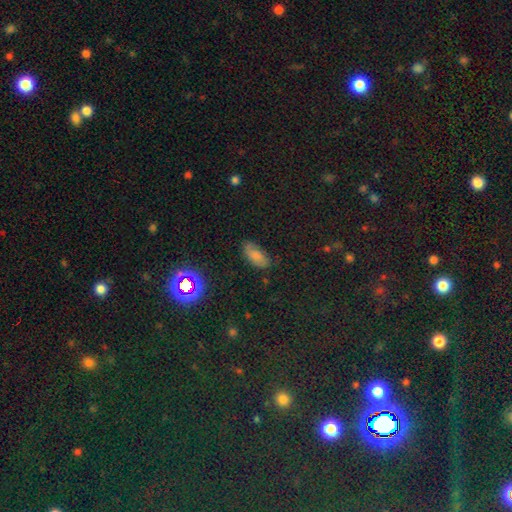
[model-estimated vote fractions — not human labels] Smooth or featured? Predicted: smooth (p=0.70). How rounded? Predicted: in between (p=0.90). Merging? Predicted: none (p=0.70).